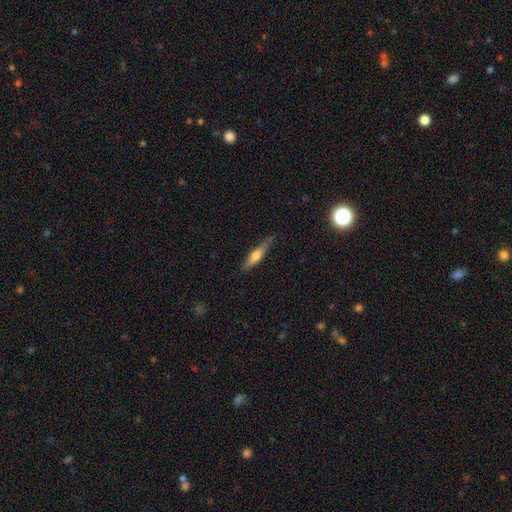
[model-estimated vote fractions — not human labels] Smooth or featured?
  - smooth: 53% *
  - featured or disk: 41%
  - star or artifact: 6%
How rounded?
  - cigar-shaped: 81% *
  - in between: 17%
  - round: 2%
Merging?
  - none: 76% *
  - minor disturbance: 19%
  - major disturbance: 3%
  - merger: 2%